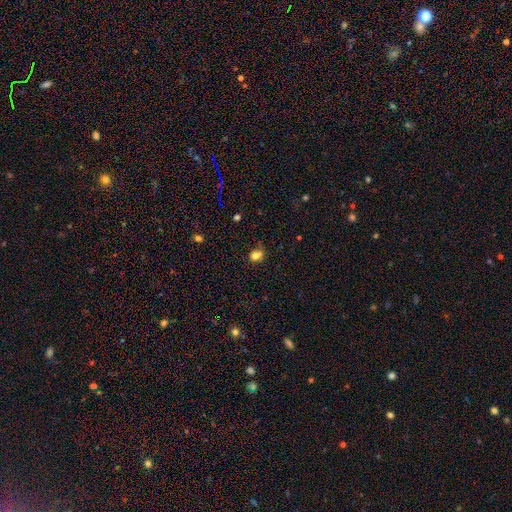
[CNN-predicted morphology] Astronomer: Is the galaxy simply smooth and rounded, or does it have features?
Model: smooth — 78%.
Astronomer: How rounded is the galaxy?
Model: round — 53% (runner-up: in between, 46%).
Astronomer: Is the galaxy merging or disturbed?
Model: none — 63%.